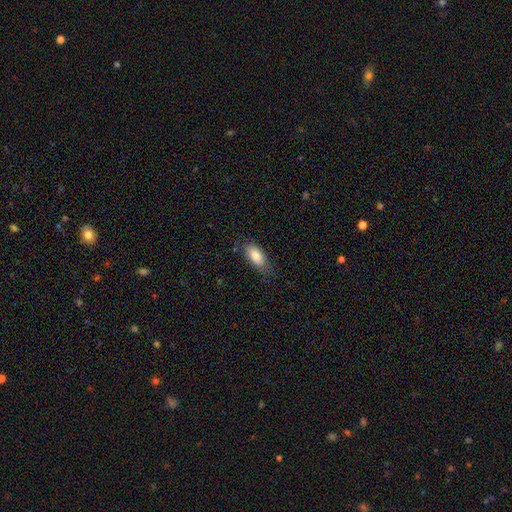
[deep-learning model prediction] Smooth or featured? Predicted: smooth (p=0.83). How rounded? Predicted: in between (p=0.87). Merging? Predicted: none (p=0.69).